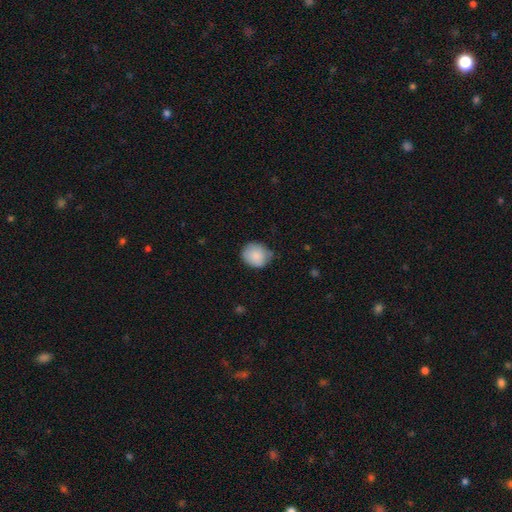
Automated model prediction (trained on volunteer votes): Smooth or featured? Predicted: smooth (p=0.87). How rounded? Predicted: round (p=0.72). Merging? Predicted: none (p=0.71).